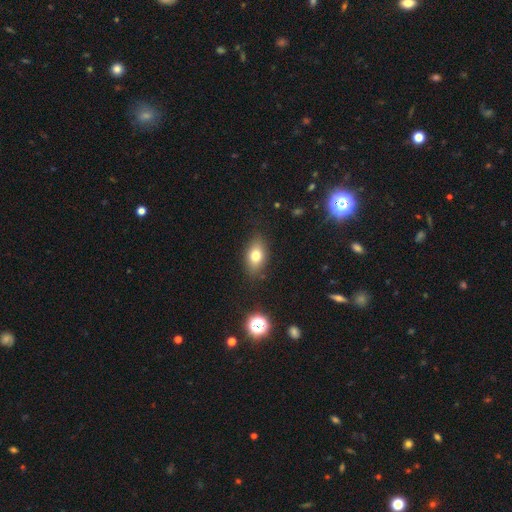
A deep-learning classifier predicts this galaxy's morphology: type=smooth (76%); roundness=in between (82%); merging=none (84%).